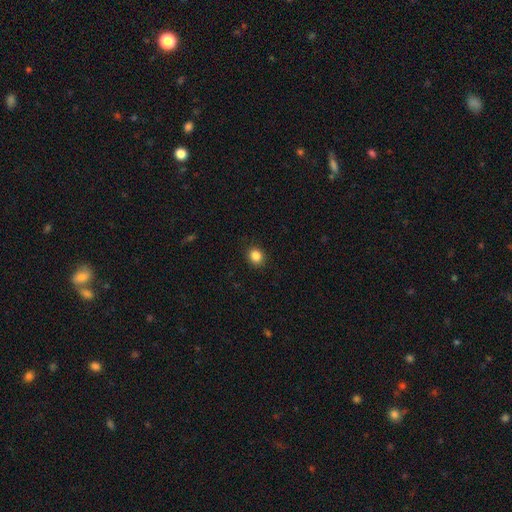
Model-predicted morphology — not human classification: Smooth or featured? Predicted: smooth (p=0.85). How rounded? Predicted: round (p=0.75). Merging? Predicted: none (p=0.90).